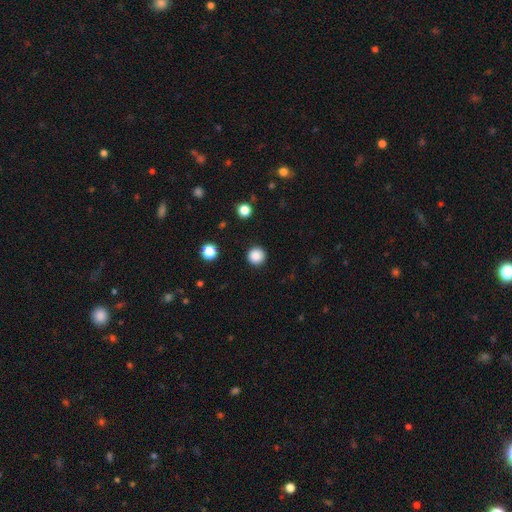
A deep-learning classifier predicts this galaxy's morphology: smooth_or_featured: smooth (p=0.87) [alt: star or artifact p=0.10]
how_rounded: round (p=0.95) [alt: in between p=0.04]
merging: none (p=0.92) [alt: minor disturbance p=0.05]